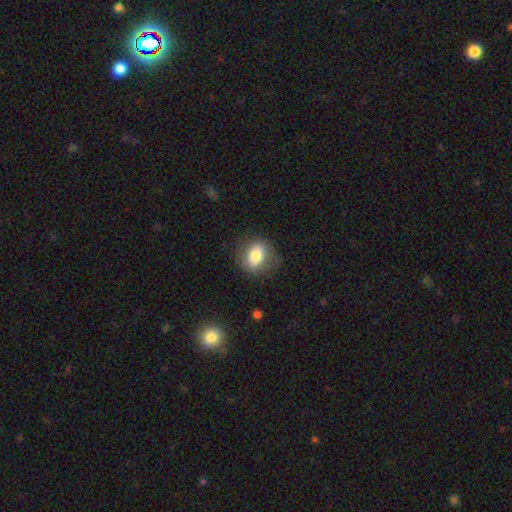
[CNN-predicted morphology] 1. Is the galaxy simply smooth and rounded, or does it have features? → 74% smooth, 18% featured or disk, 8% star or artifact.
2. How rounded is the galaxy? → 56% in between, 43% round, 2% cigar-shaped.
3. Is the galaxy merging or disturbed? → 78% none, 15% minor disturbance, 6% major disturbance, 1% merger.